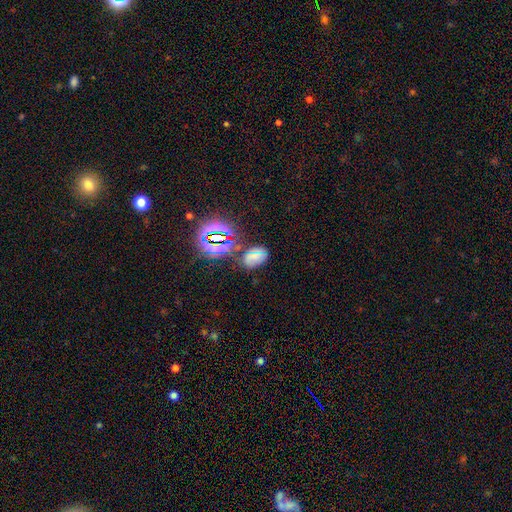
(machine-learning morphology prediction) The model was most divided on "smooth or featured": smooth: 46%, star or artifact: 29%, featured or disk: 25%. More confident: merging — none (65%).